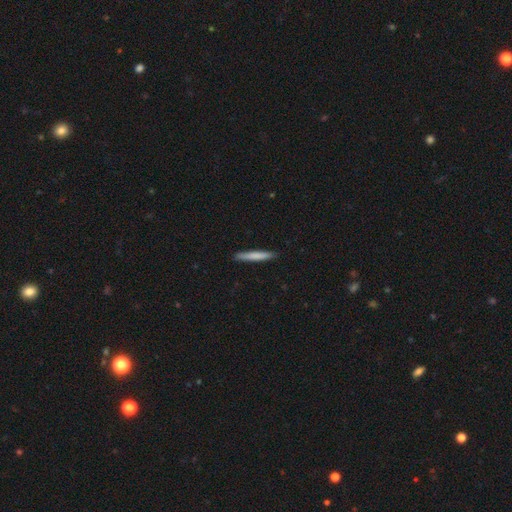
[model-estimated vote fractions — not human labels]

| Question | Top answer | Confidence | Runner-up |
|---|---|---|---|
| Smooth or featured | smooth | 76% | featured or disk (19%) |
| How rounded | cigar-shaped | 96% | in between (3%) |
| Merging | none | 91% | minor disturbance (7%) |